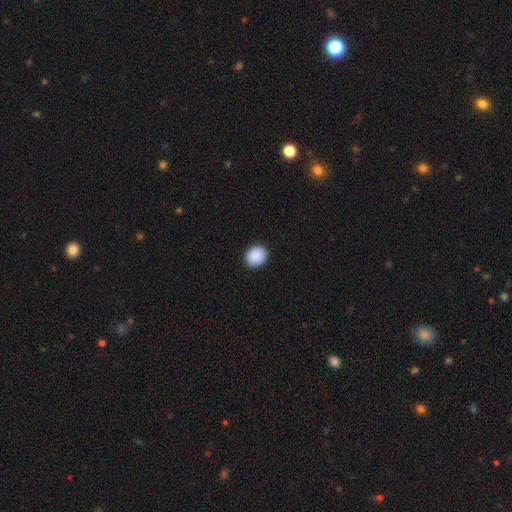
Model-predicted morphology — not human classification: A smooth galaxy with no disk features (90%) that is round (70%). Merging: none (91%).